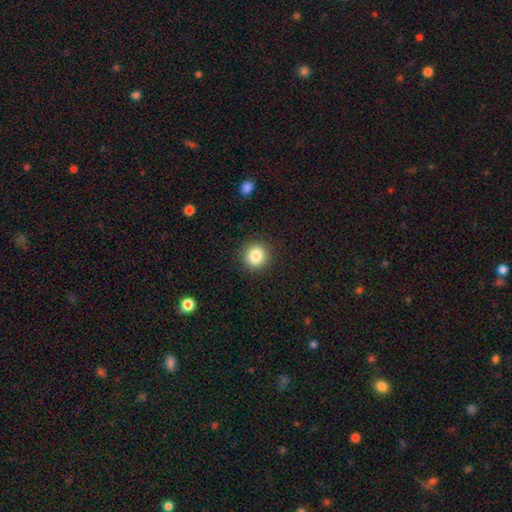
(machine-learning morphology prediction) Smooth or featured?
  - smooth: 85% *
  - star or artifact: 10%
  - featured or disk: 5%
How rounded?
  - round: 93% *
  - in between: 6%
  - cigar-shaped: 1%
Merging?
  - none: 91% *
  - minor disturbance: 6%
  - major disturbance: 2%
  - merger: 1%